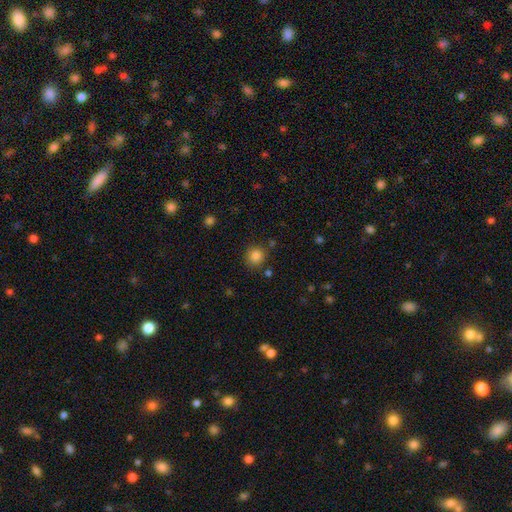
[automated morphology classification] Smooth or featured: smooth — 84% (star or artifact — 11%)
How rounded: round — 91% (in between — 8%)
Merging: none — 84% (minor disturbance — 9%)